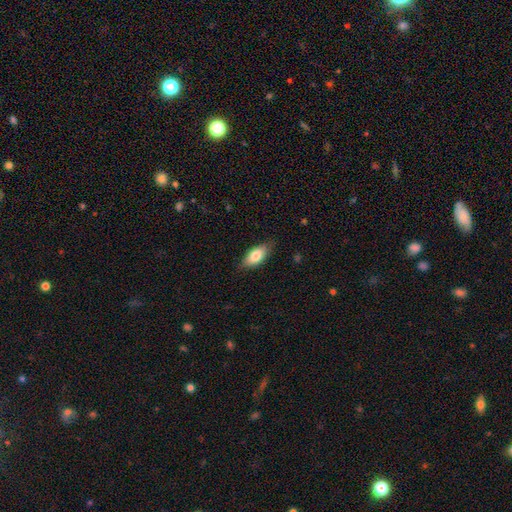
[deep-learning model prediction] smooth_or_featured: smooth (p=0.79) [alt: featured or disk p=0.14]
how_rounded: in between (p=0.87) [alt: cigar-shaped p=0.10]
merging: none (p=0.80) [alt: minor disturbance p=0.16]